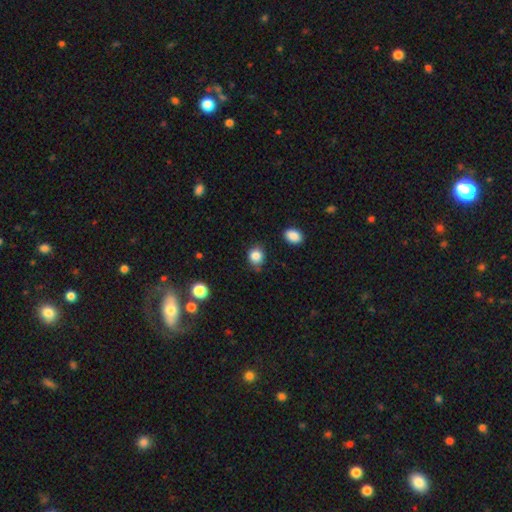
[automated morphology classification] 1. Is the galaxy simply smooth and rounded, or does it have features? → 84% smooth, 10% star or artifact, 5% featured or disk.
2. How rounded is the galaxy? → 70% round, 29% in between, 1% cigar-shaped.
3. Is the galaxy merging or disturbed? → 70% none, 23% minor disturbance, 4% major disturbance, 3% merger.